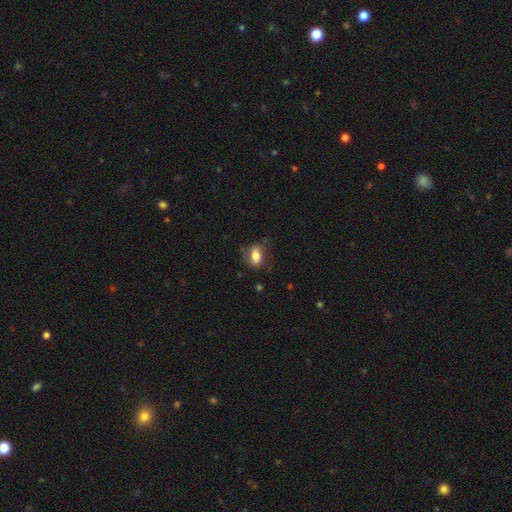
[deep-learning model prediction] smooth 75%, featured or disk 17%, star or artifact 8%. Down the decision tree: how rounded — in between (82%); merging — none (65%).